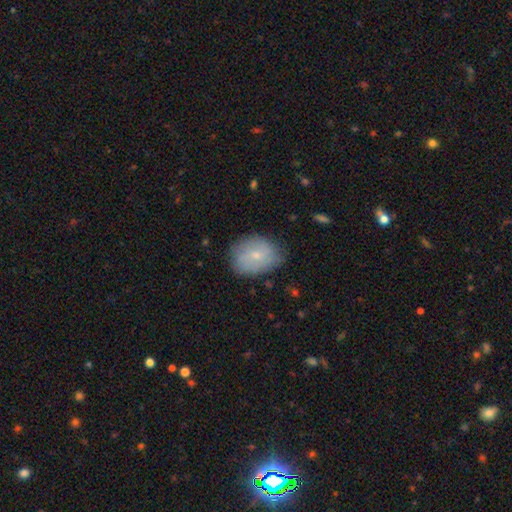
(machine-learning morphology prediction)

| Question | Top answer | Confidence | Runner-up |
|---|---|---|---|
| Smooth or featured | smooth | 62% | featured or disk (30%) |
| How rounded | in between | 61% | round (38%) |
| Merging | none | 75% | minor disturbance (19%) |